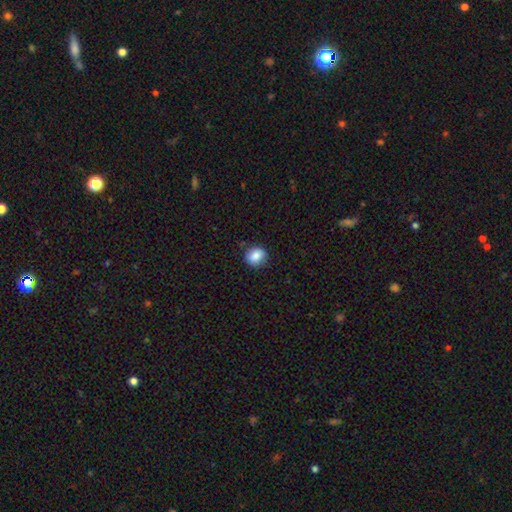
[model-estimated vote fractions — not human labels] Smooth or featured?
  - smooth: 83% *
  - star or artifact: 9%
  - featured or disk: 8%
How rounded?
  - round: 66% *
  - in between: 32%
  - cigar-shaped: 1%
Merging?
  - none: 84% *
  - minor disturbance: 12%
  - major disturbance: 3%
  - merger: 1%